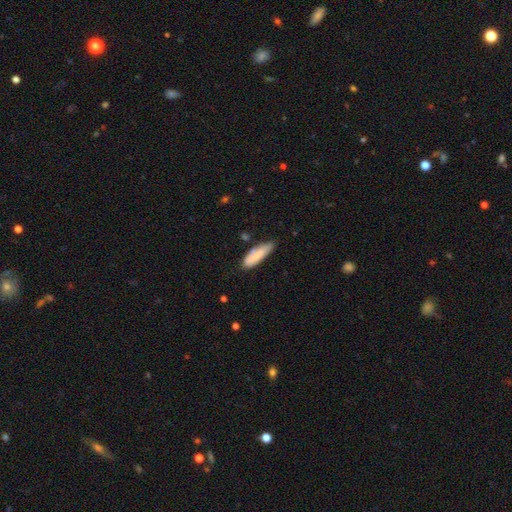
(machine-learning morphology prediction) Smooth or featured?
  - smooth: 80% *
  - featured or disk: 14%
  - star or artifact: 6%
How rounded?
  - in between: 51% *
  - cigar-shaped: 48%
  - round: 2%
Merging?
  - none: 57% *
  - minor disturbance: 32%
  - major disturbance: 6%
  - merger: 5%